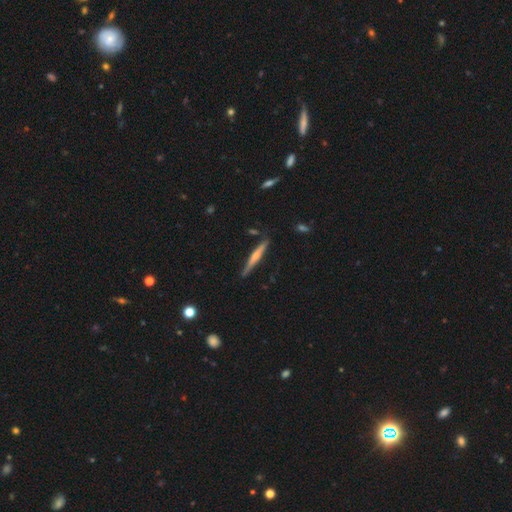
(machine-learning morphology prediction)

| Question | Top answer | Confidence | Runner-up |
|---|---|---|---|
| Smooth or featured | featured or disk | 51% | smooth (43%) |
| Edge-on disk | yes | 97% | no (3%) |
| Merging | none | 84% | minor disturbance (12%) |